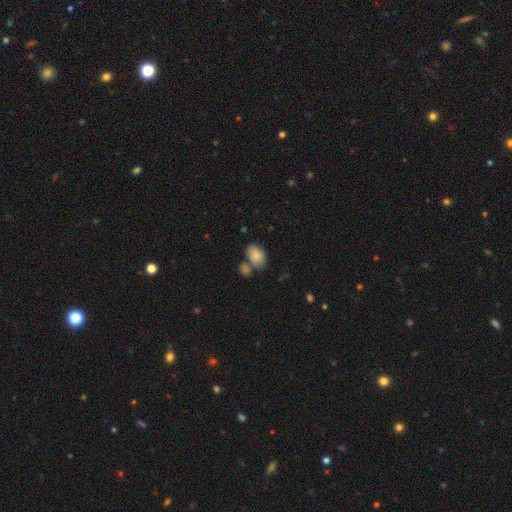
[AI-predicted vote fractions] This is clearly a smooth galaxy (84%). How rounded: clearly in between (86%). Merging: possibly none (51%).